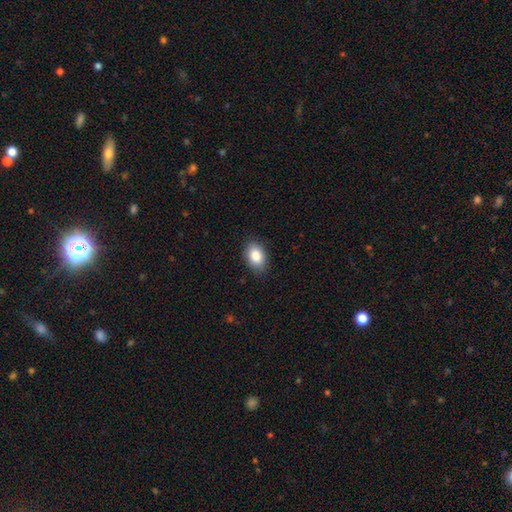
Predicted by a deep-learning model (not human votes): Overall: smooth (87%). How rounded: in between (84%). Merging: none (85%).